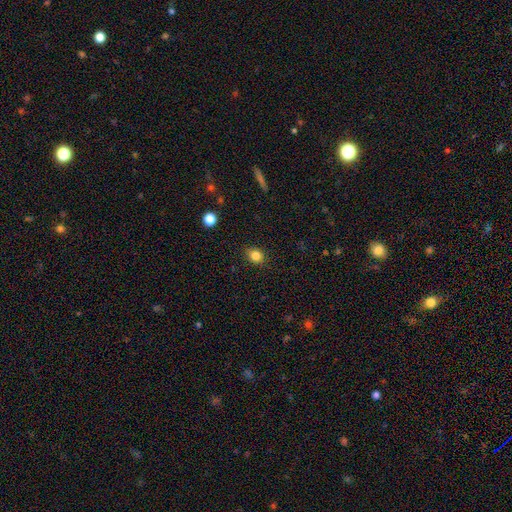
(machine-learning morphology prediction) smooth_or_featured: smooth (p=0.83) [alt: star or artifact p=0.12]
how_rounded: round (p=0.64) [alt: in between p=0.35]
merging: none (p=0.87) [alt: minor disturbance p=0.09]